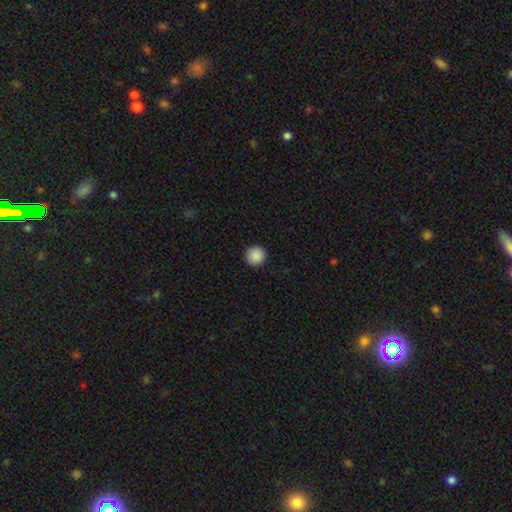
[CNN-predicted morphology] Overall: smooth (89%). How rounded: round (96%). Merging: none (93%).